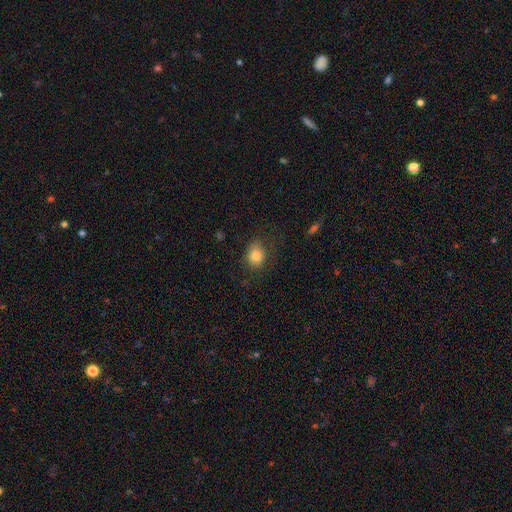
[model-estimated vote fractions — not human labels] Smooth or featured?
  - smooth: 83% *
  - star or artifact: 10%
  - featured or disk: 8%
How rounded?
  - round: 50% *
  - in between: 49%
  - cigar-shaped: 1%
Merging?
  - none: 72% *
  - minor disturbance: 19%
  - major disturbance: 8%
  - merger: 1%